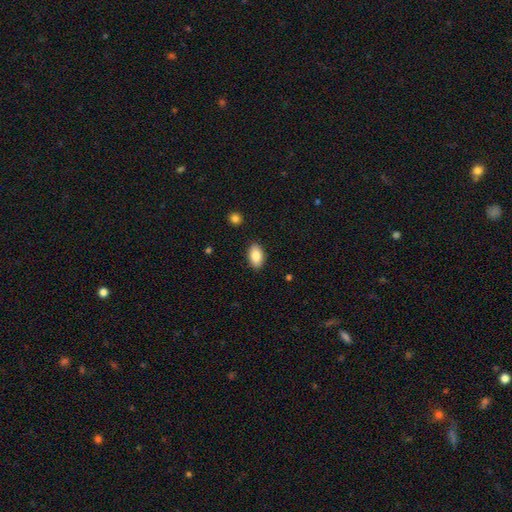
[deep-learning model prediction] Smooth or featured? smooth (86%)
How rounded? in between (93%)
Merging? none (88%)